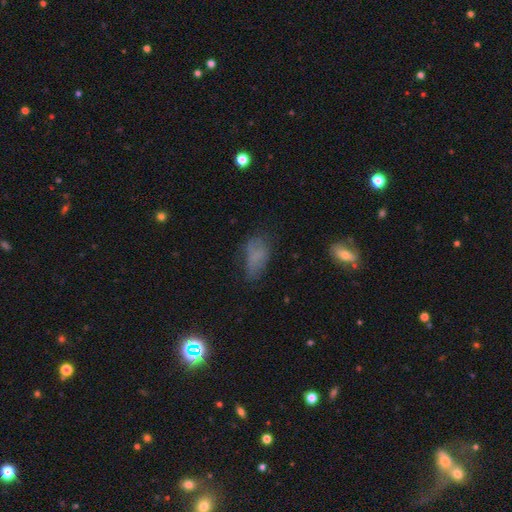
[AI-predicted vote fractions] smooth-or-featured: smooth: 64% | featured or disk: 19% | star or artifact: 16%
  how-rounded: in between: 87% | cigar-shaped: 7% | round: 6%
  merging: none: 46% | minor disturbance: 30% | major disturbance: 20% | merger: 4%